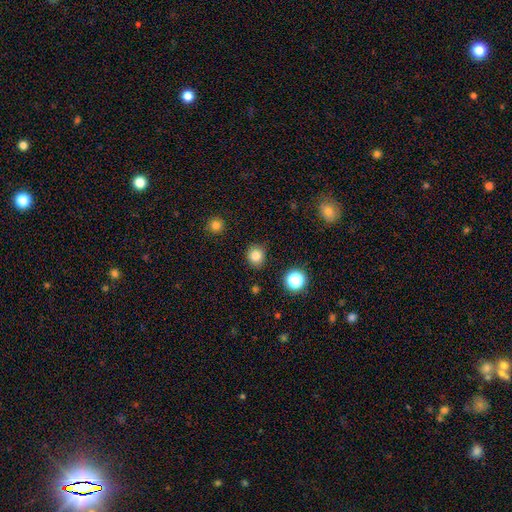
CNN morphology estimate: A smooth galaxy with no disk features (82%) that is round (85%).

Vote fractions:
- Smooth or featured? smooth: 82% / star or artifact: 13% / featured or disk: 6%
- How rounded? round: 85% / in between: 14% / cigar-shaped: 1%
- Merging? none: 88% / minor disturbance: 8% / major disturbance: 2% / merger: 2%